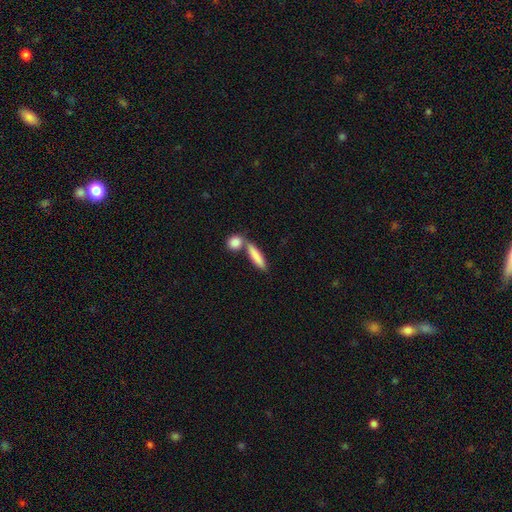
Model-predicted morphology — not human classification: A smooth galaxy with no disk features (83%) that is cigar-shaped (67%).

Vote fractions:
- Smooth or featured? smooth: 83% / featured or disk: 11% / star or artifact: 6%
- How rounded? cigar-shaped: 67% / in between: 28% / round: 5%
- Merging? none: 61% / merger: 25% / minor disturbance: 10% / major disturbance: 3%